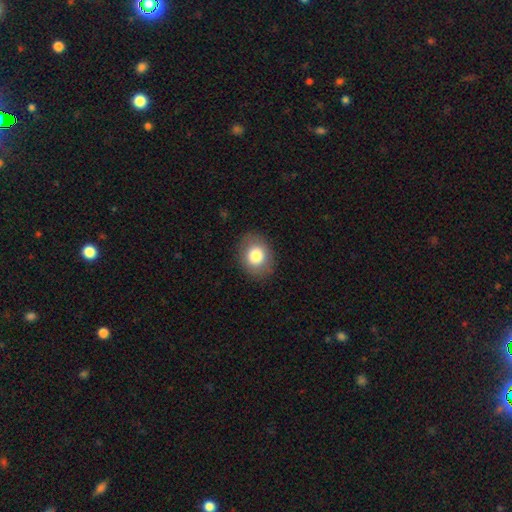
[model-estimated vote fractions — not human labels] This appears to be a smooth galaxy with no disk features (81%) that is in between round and cigar-shaped (52%). Merging: none (87%).